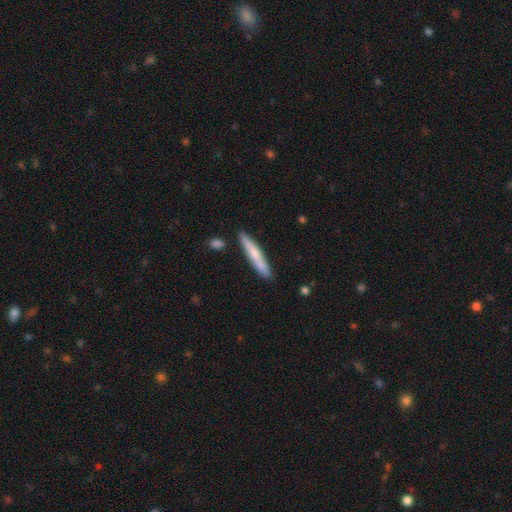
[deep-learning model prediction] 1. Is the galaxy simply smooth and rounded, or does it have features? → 66% smooth, 29% featured or disk, 5% star or artifact.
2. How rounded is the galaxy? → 93% cigar-shaped, 6% in between, 1% round.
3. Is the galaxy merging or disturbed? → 85% none, 10% minor disturbance, 3% merger, 2% major disturbance.